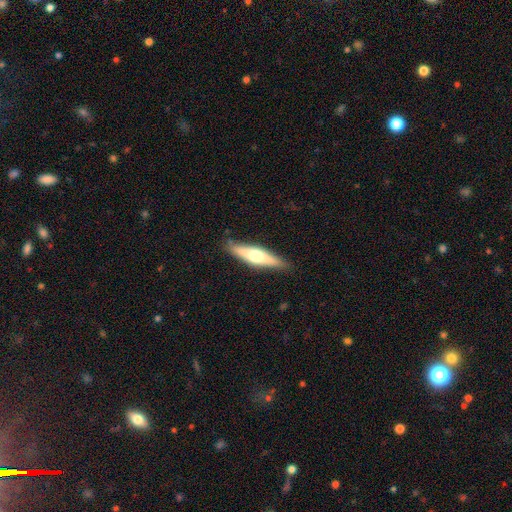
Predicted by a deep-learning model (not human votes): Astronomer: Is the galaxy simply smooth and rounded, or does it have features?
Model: featured or disk — 53% (runner-up: smooth, 42%).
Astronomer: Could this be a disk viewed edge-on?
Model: yes — 92%.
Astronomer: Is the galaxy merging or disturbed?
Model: none — 85%.